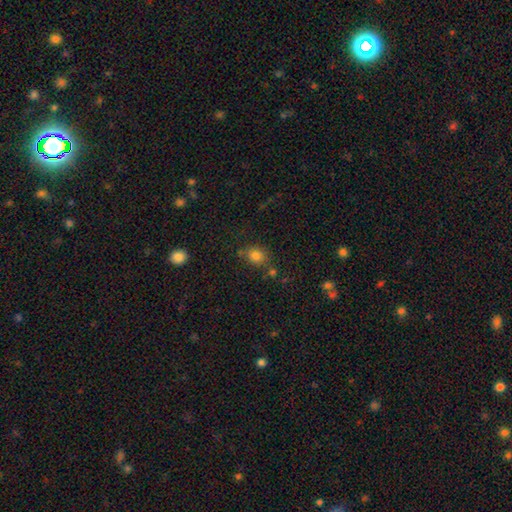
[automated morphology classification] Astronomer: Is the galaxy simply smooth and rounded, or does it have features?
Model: smooth — 80%.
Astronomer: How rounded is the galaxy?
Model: round — 63%.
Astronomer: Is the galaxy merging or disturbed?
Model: none — 71%.